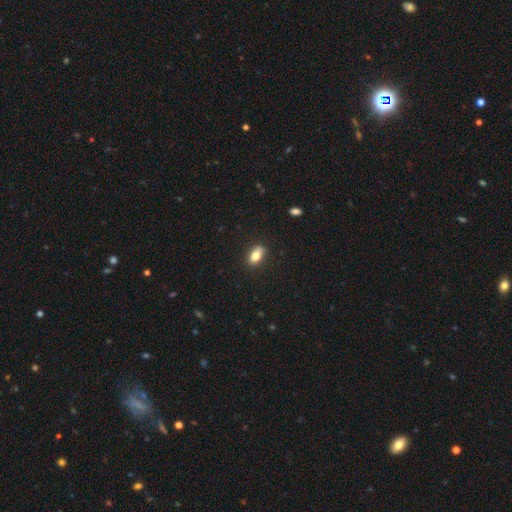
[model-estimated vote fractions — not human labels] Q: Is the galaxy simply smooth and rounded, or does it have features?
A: smooth — 77%.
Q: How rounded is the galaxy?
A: in between — 84%.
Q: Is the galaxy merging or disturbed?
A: none — 82%.